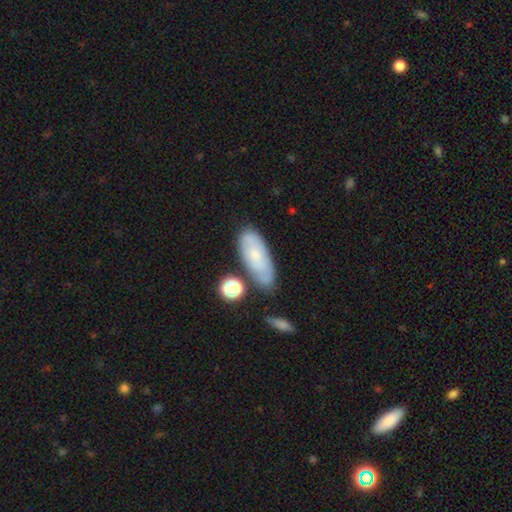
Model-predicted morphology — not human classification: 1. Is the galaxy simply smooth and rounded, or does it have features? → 53% smooth, 38% featured or disk, 8% star or artifact.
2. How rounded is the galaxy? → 79% in between, 18% cigar-shaped, 3% round.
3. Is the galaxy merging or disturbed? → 63% none, 21% minor disturbance, 10% merger, 6% major disturbance.